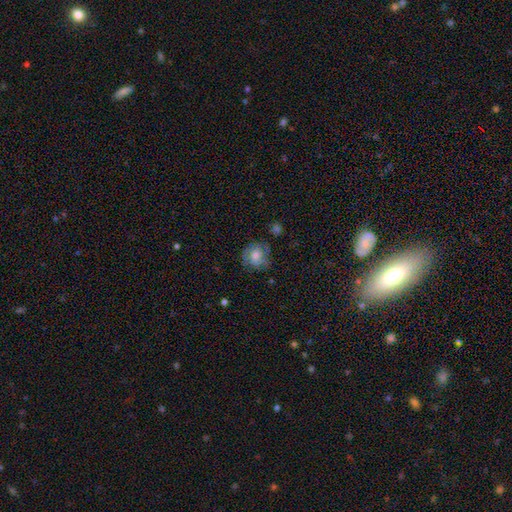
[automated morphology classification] A smooth galaxy with no disk features (51%) that is round (75%). Merging: none (66%).